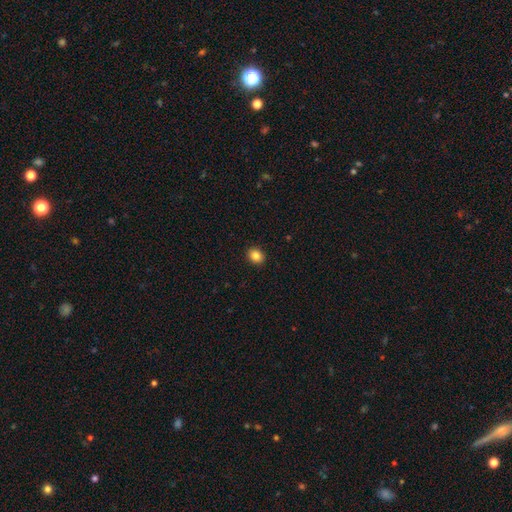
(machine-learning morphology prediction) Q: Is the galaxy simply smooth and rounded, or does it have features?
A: smooth — 86%.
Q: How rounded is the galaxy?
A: round — 60%.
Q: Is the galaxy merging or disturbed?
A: none — 92%.